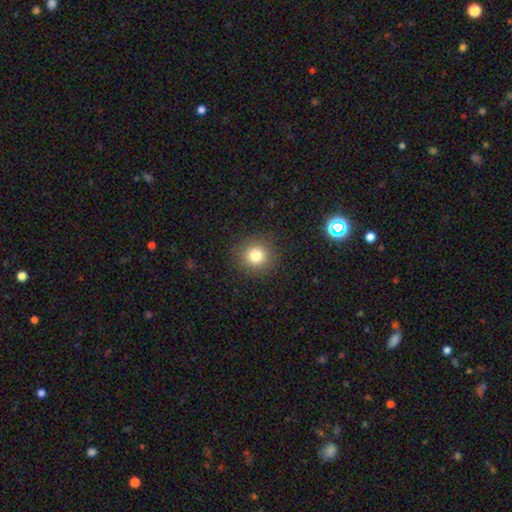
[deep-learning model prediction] Overall: smooth (80%). How rounded: round (93%). Merging: none (90%).